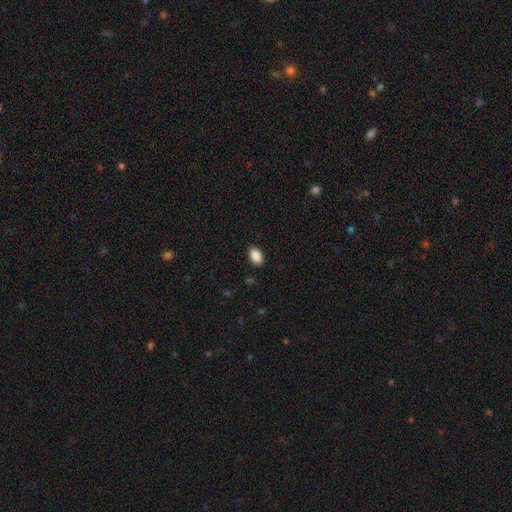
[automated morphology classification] Overall: smooth (89%). How rounded: in between (90%). Merging: none (89%).